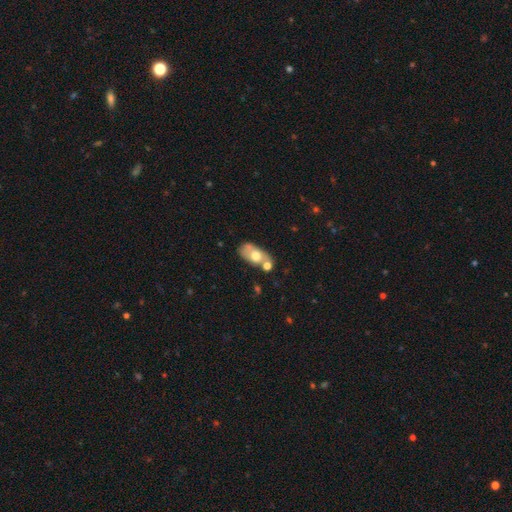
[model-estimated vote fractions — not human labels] smooth 60%, featured or disk 33%, star or artifact 7%. Down the decision tree: how rounded — in between (88%); merging — none (42%).